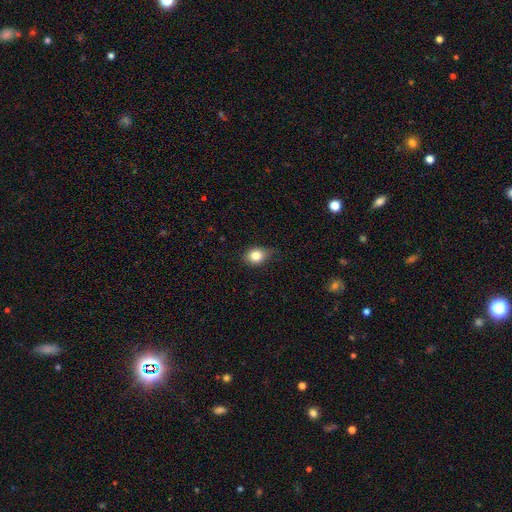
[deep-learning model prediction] A smooth galaxy with no disk features (82%) that is round (52%).

Vote fractions:
- Smooth or featured? smooth: 82% / star or artifact: 10% / featured or disk: 8%
- How rounded? round: 52% / in between: 47% / cigar-shaped: 1%
- Merging? none: 70% / minor disturbance: 25% / major disturbance: 4% / merger: 1%